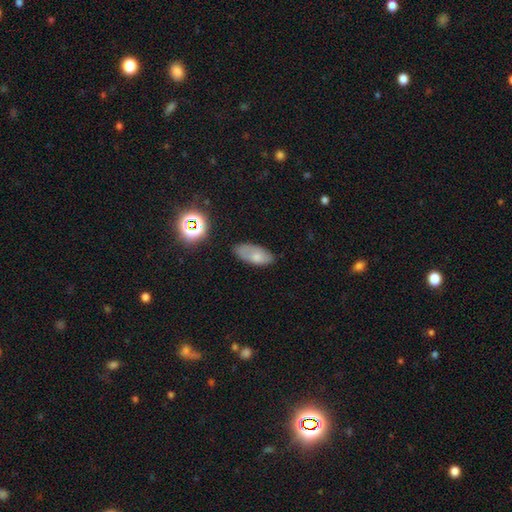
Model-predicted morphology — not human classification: The model was most divided on "merging": none: 62%, minor disturbance: 27%, major disturbance: 8%, merger: 3%. More confident: how rounded — in between (89%); smooth or featured — smooth (69%).